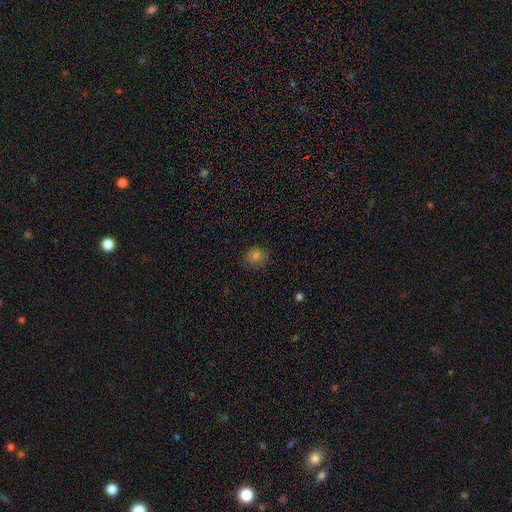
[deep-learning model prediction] This is likely a smooth galaxy (78%). How rounded: clearly round (86%). Merging: clearly none (85%).